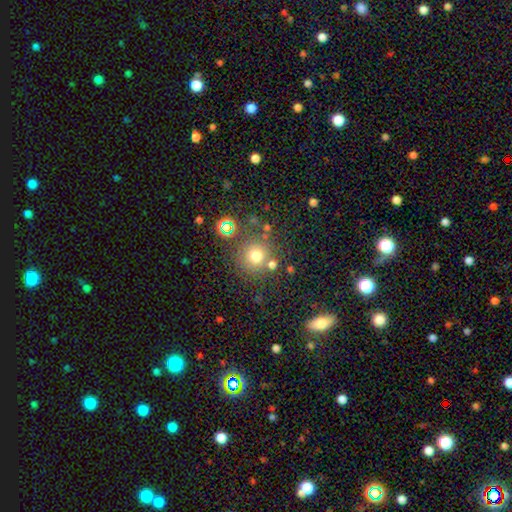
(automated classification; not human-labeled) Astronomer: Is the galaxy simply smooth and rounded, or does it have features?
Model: smooth — 72%.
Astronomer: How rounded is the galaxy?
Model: round — 93%.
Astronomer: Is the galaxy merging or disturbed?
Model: none — 76%.